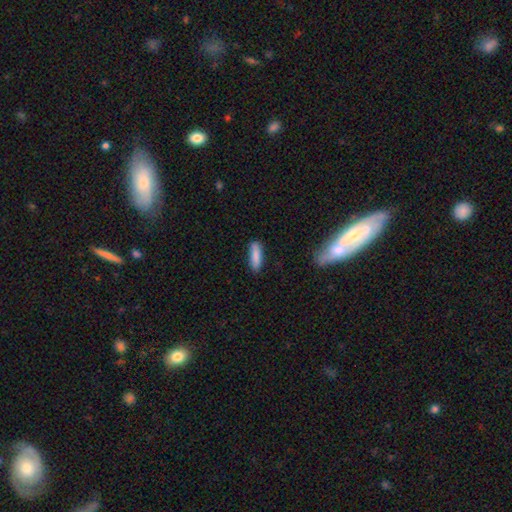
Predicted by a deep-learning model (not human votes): Morphology: type=smooth (85%); roundness=cigar-shaped (63%); merging=none (83%).